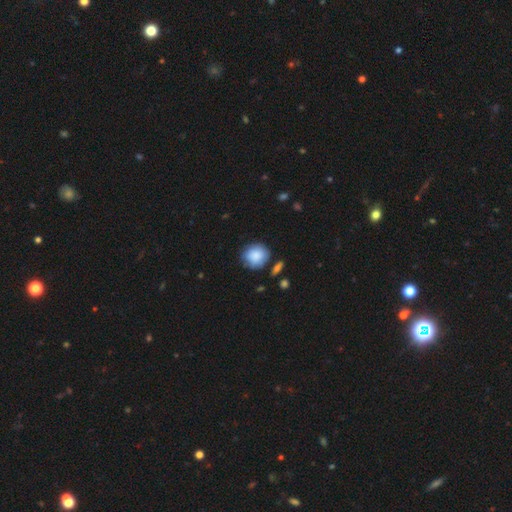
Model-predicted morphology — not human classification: Smooth or featured? Predicted: smooth (p=0.85). How rounded? Predicted: round (p=0.84). Merging? Predicted: none (p=0.69).